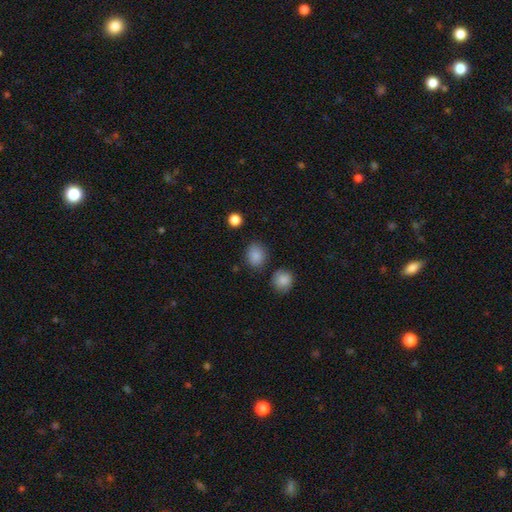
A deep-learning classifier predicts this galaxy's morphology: The model was most divided on "how rounded": round: 69%, in between: 30%, cigar-shaped: 1%. More confident: smooth or featured — smooth (86%); merging — none (83%).